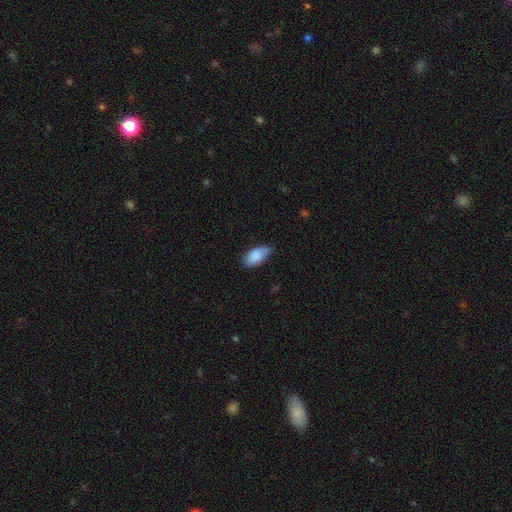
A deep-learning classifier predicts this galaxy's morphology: type=smooth (86%); roundness=in between (92%); merging=none (66%).